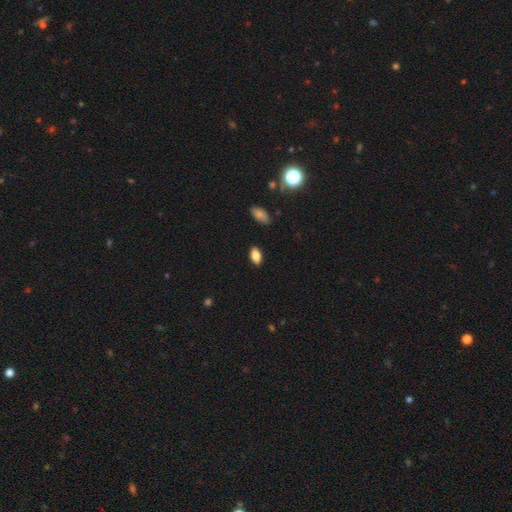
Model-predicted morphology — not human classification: Smooth or featured? smooth (81%)
How rounded? in between (89%)
Merging? none (88%)